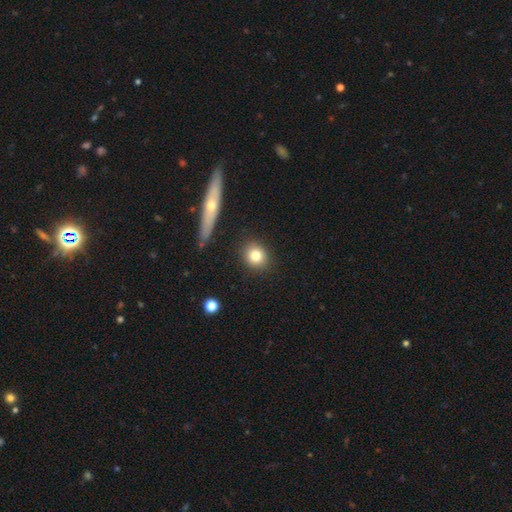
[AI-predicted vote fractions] Smooth or featured? Predicted: smooth (p=0.82). How rounded? Predicted: round (p=0.82). Merging? Predicted: none (p=0.88).